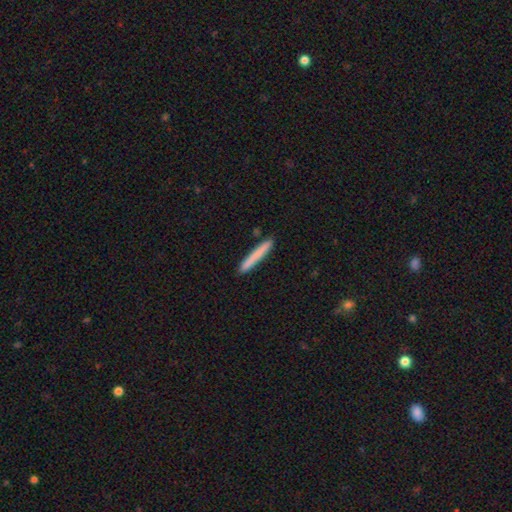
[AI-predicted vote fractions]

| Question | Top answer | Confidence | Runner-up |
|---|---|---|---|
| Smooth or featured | smooth | 76% | featured or disk (18%) |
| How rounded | cigar-shaped | 97% | in between (2%) |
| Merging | none | 90% | minor disturbance (7%) |